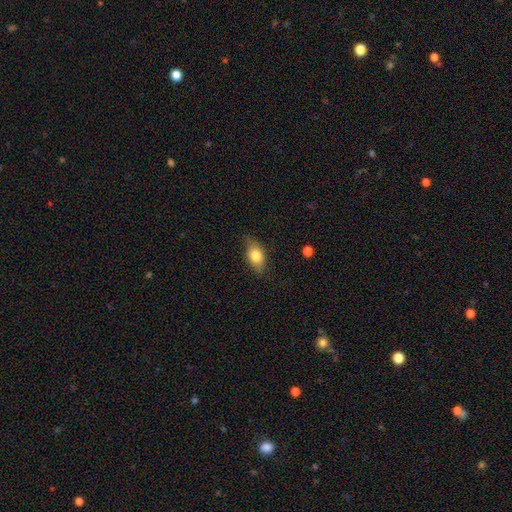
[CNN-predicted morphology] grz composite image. It shows a smooth galaxy with no disk features (76%) that is in between round and cigar-shaped (80%). Merging: none (74%).